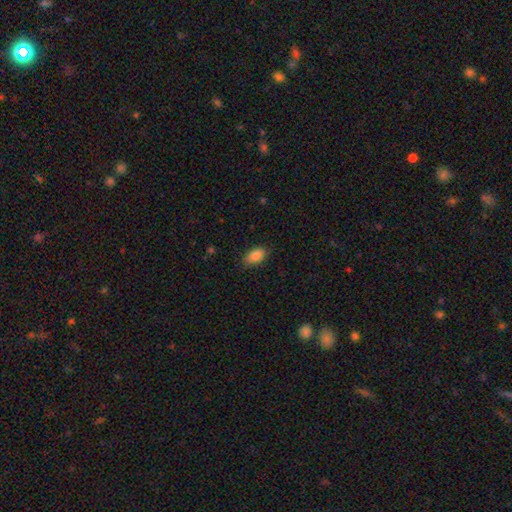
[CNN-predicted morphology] A smooth galaxy with no disk features (86%) that is in between round and cigar-shaped (91%). Merging: none (81%).